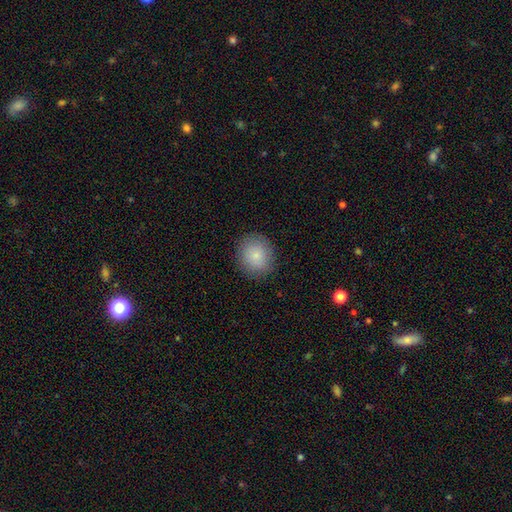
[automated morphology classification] smooth 84%, star or artifact 8%, featured or disk 8%. Down the decision tree: how rounded — round (81%); merging — none (88%).